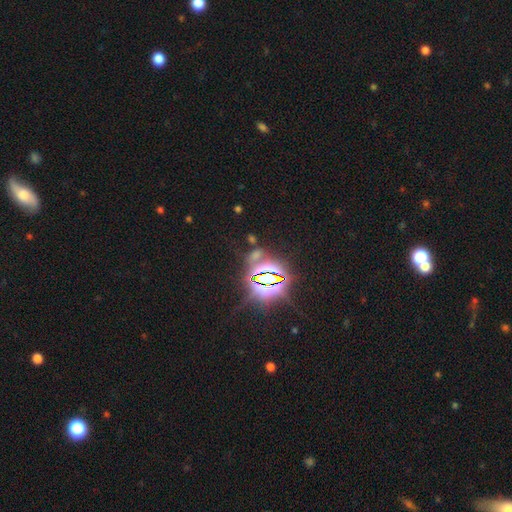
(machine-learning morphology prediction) Smooth or featured?
  - star or artifact: 78% *
  - smooth: 14%
  - featured or disk: 8%